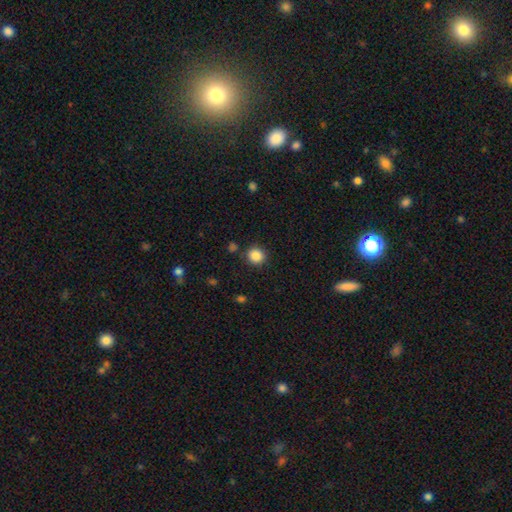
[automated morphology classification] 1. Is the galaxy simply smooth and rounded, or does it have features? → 87% smooth, 10% star or artifact, 3% featured or disk.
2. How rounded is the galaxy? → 87% round, 12% in between, 1% cigar-shaped.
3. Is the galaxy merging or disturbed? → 86% none, 8% minor disturbance, 3% merger, 3% major disturbance.